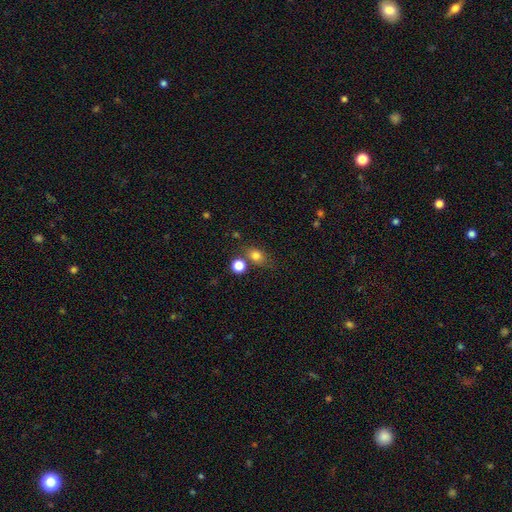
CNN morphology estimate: smooth 79%, star or artifact 13%, featured or disk 8%. Down the decision tree: how rounded — round (51%); merging — none (64%).